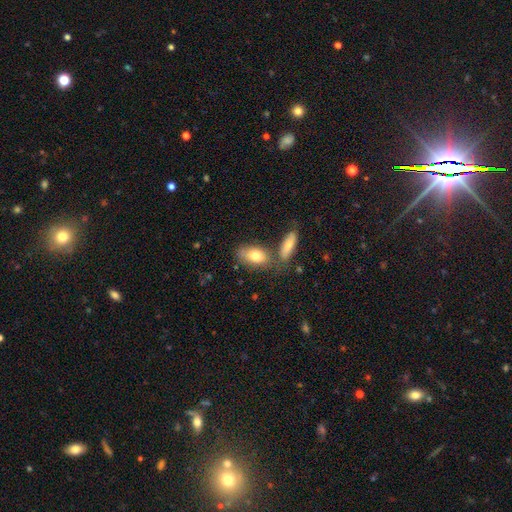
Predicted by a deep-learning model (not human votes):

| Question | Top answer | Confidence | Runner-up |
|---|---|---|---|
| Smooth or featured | smooth | 77% | featured or disk (17%) |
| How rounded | in between | 89% | cigar-shaped (6%) |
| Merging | none | 56% | merger (25%) |